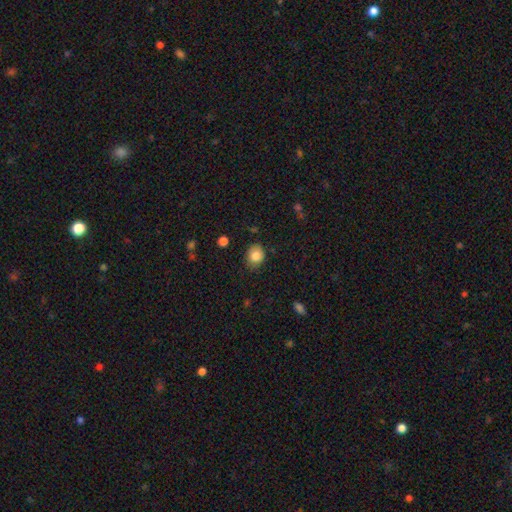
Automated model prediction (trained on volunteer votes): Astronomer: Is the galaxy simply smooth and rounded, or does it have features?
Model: smooth — 84%.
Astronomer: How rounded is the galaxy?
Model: round — 61% (runner-up: in between, 39%).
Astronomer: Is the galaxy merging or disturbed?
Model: none — 79%.